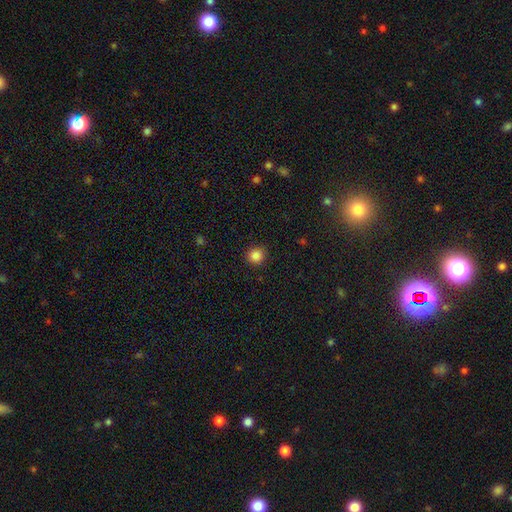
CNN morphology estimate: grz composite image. It shows a smooth galaxy with no disk features (85%) that is round (92%). Merging: none (90%).